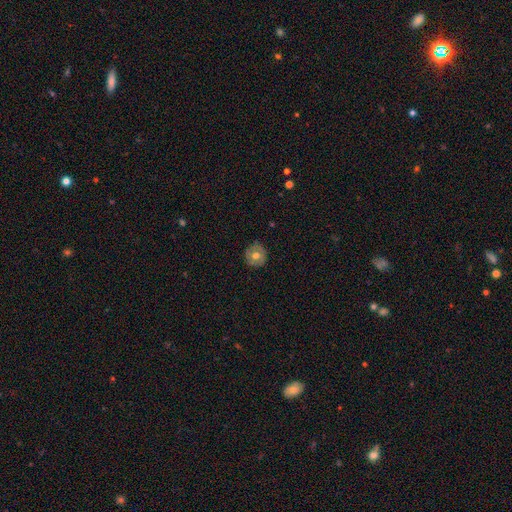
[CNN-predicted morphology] Smooth or featured?
  - smooth: 59% *
  - featured or disk: 33%
  - star or artifact: 8%
How rounded?
  - round: 93% *
  - in between: 6%
  - cigar-shaped: 1%
Merging?
  - none: 85% *
  - minor disturbance: 11%
  - major disturbance: 2%
  - merger: 1%